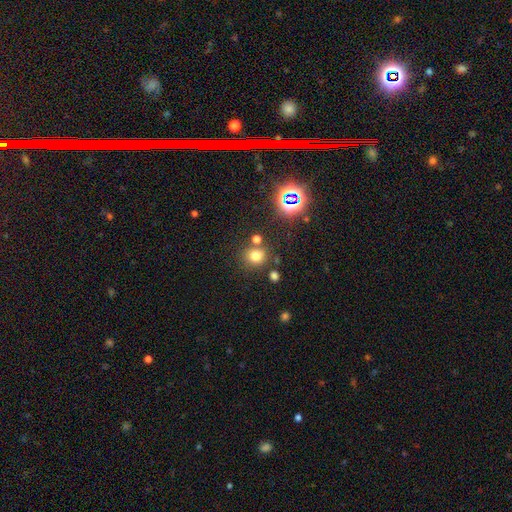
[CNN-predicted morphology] Smooth or featured? smooth (72%)
How rounded? round (83%)
Merging? none (72%)